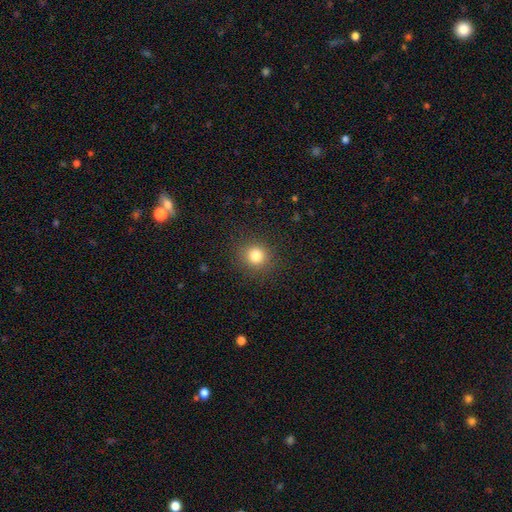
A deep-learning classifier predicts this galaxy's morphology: This appears to be a smooth galaxy with no disk features (81%) that is round (90%). Merging: none (89%).